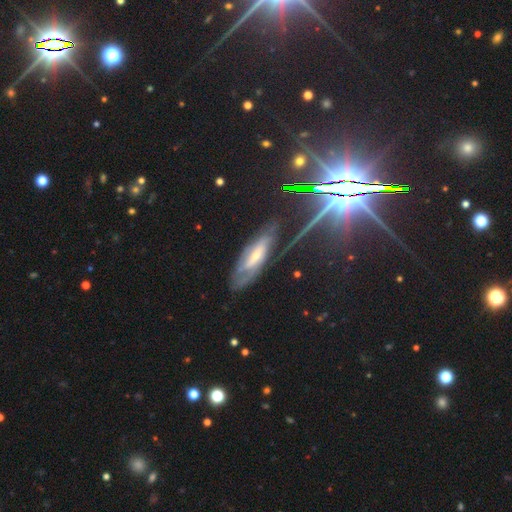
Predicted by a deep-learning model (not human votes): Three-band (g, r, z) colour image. It shows a featured or disk galaxy (62%). Merging: none (67%).